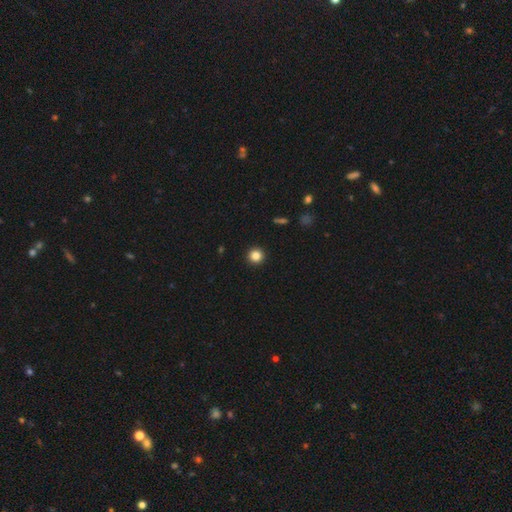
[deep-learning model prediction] This is clearly a smooth galaxy (84%). How rounded: clearly round (96%). Merging: clearly none (94%).